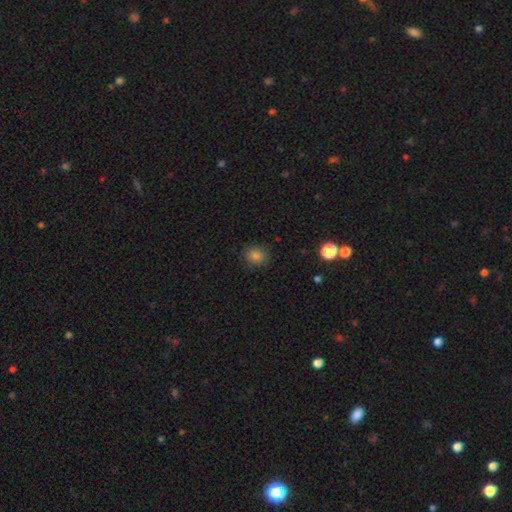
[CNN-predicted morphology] Smooth or featured? Predicted: smooth (p=0.80). How rounded? Predicted: round (p=0.63). Merging? Predicted: none (p=0.87).